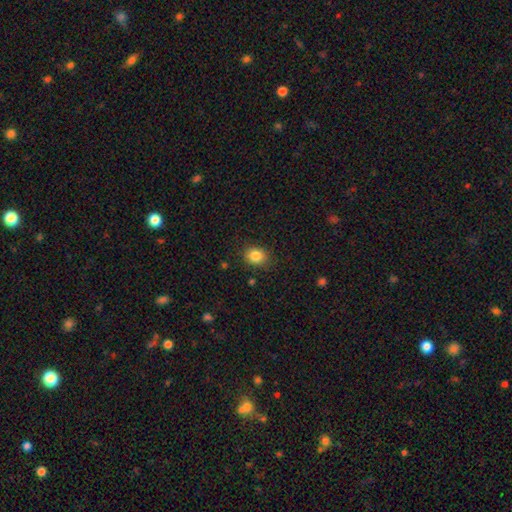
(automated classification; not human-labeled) smooth 84%, star or artifact 10%, featured or disk 5%. Down the decision tree: how rounded — round (58%); merging — none (85%).